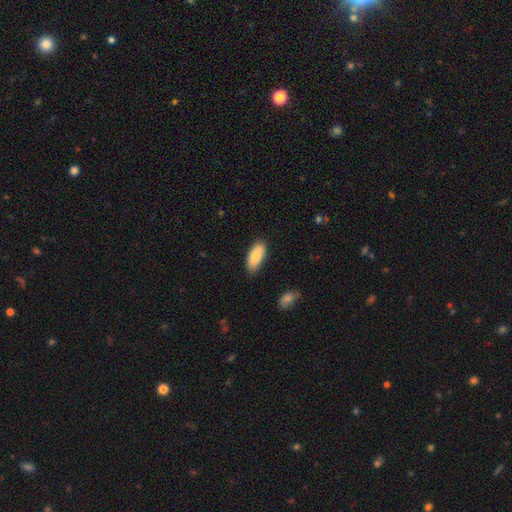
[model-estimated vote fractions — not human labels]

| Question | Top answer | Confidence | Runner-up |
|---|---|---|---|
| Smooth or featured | smooth | 83% | featured or disk (10%) |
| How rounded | in between | 87% | cigar-shaped (11%) |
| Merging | none | 81% | minor disturbance (15%) |